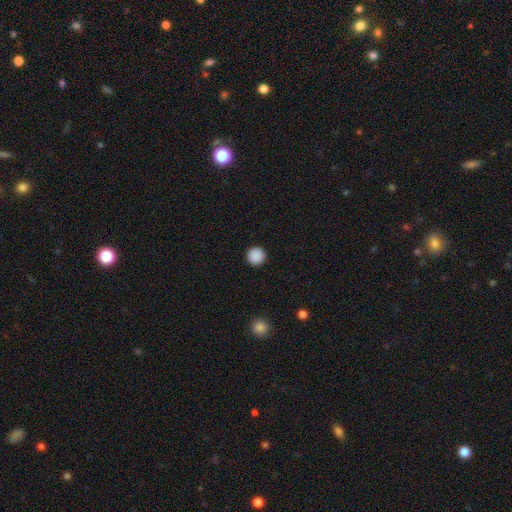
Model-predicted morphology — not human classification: smooth-or-featured: smooth: 89% | star or artifact: 9% | featured or disk: 2%
  how-rounded: round: 96% | in between: 3% | cigar-shaped: 1%
  merging: none: 93% | minor disturbance: 4% | major disturbance: 2% | merger: 1%